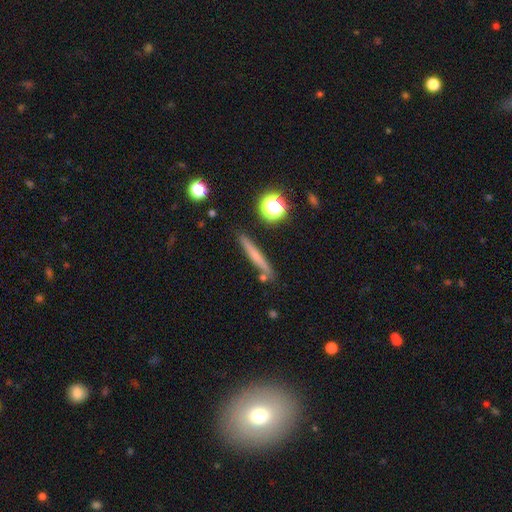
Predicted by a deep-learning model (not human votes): Q: Smooth or featured?
A: smooth (54%); runner-up: featured or disk (35%)
Q: How rounded?
A: cigar-shaped (92%); runner-up: in between (4%)
Q: Merging?
A: none (85%); runner-up: minor disturbance (9%)